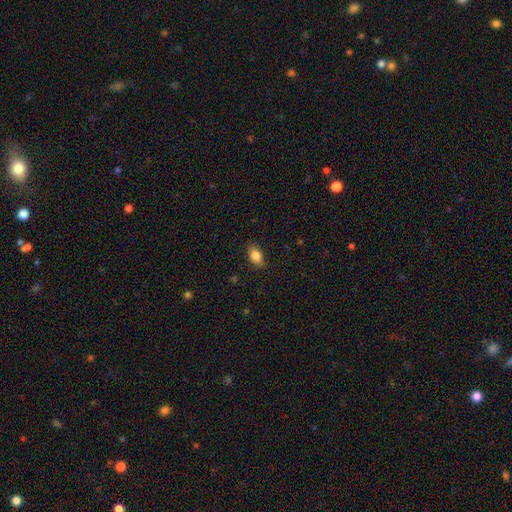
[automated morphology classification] Q: Smooth or featured?
A: smooth (82%); runner-up: featured or disk (10%)
Q: How rounded?
A: in between (87%); runner-up: round (8%)
Q: Merging?
A: none (82%); runner-up: minor disturbance (14%)